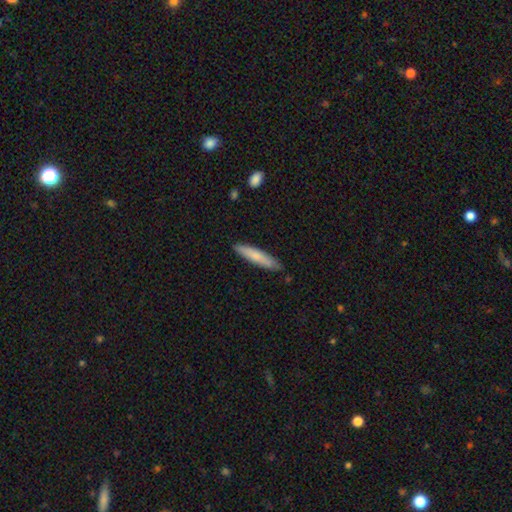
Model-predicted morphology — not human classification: Smooth or featured? smooth (74%)
How rounded? cigar-shaped (89%)
Merging? none (85%)